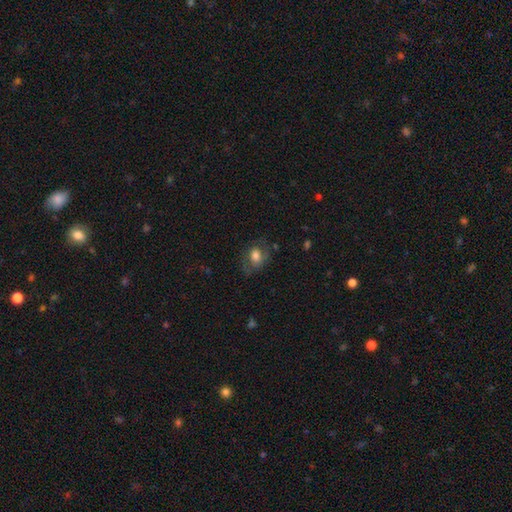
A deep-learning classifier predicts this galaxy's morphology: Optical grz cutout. It shows a smooth galaxy with no disk features (65%) that is in between round and cigar-shaped (69%). Merging: none (60%).